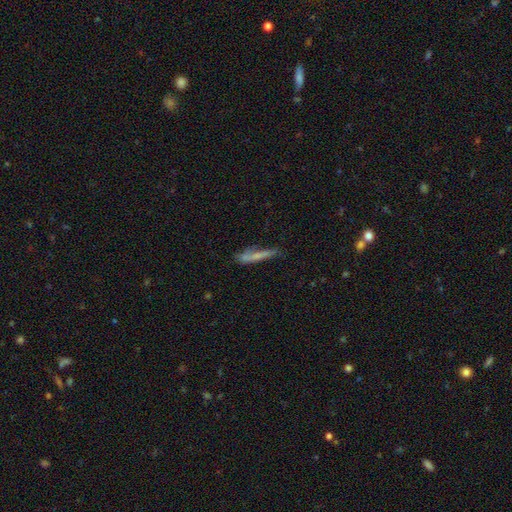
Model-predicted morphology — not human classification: This appears to be a smooth galaxy with no disk features (53%) that is cigar-shaped (91%). Merging: none (56%).